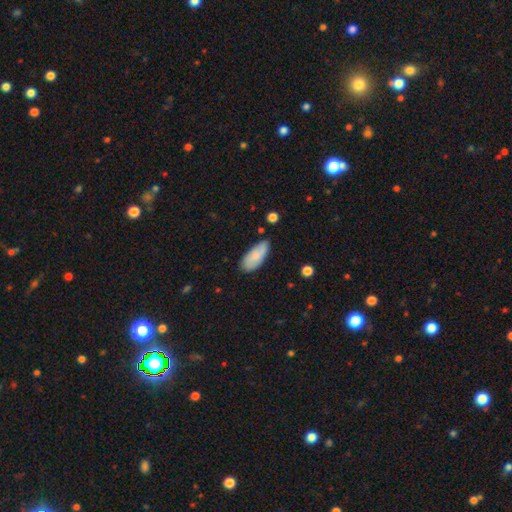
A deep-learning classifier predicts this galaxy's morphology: Smooth or featured? Predicted: smooth (p=0.76). How rounded? Predicted: in between (p=0.88). Merging? Predicted: none (p=0.75).